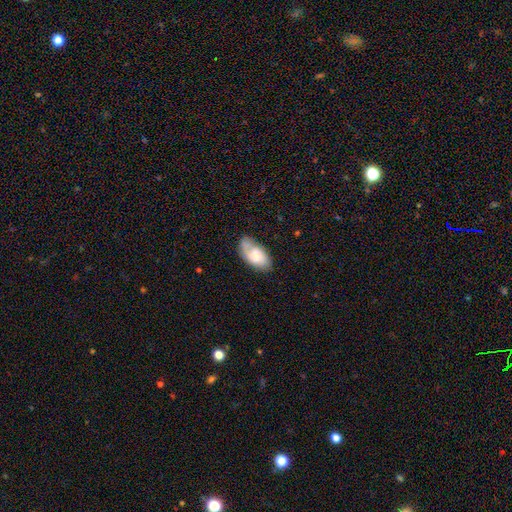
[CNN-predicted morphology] Smooth or featured? smooth (58%)
How rounded? in between (94%)
Merging? none (61%)